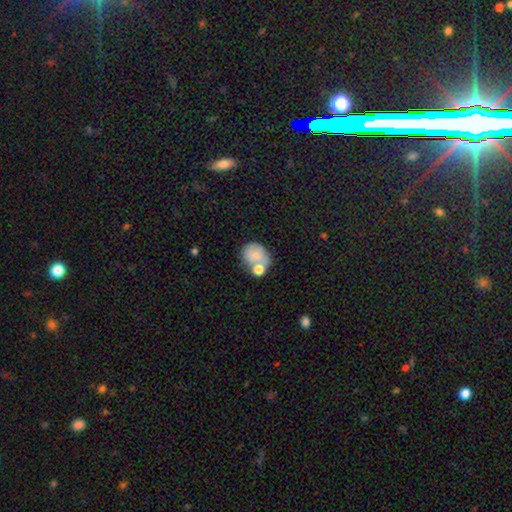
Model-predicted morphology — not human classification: smooth_or_featured: smooth (p=0.70) [alt: featured or disk p=0.22]
how_rounded: round (p=0.55) [alt: in between p=0.44]
merging: none (p=0.37) [alt: merger p=0.36]